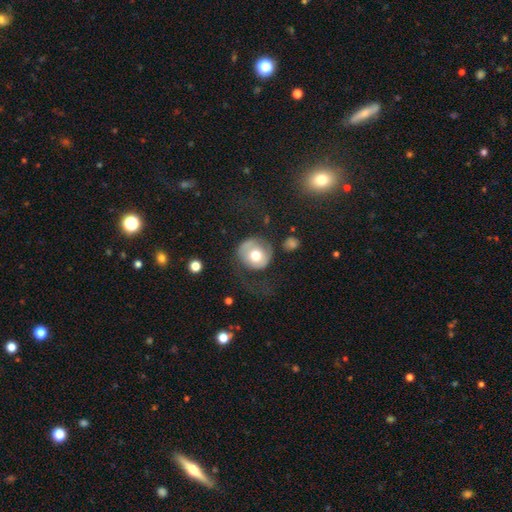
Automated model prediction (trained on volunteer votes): A smooth galaxy with no disk features (58%) that is round (82%).

Vote fractions:
- Smooth or featured? smooth: 58% / featured or disk: 35% / star or artifact: 7%
- How rounded? round: 82% / in between: 17% / cigar-shaped: 1%
- Merging? none: 40% / major disturbance: 37% / minor disturbance: 20% / merger: 3%